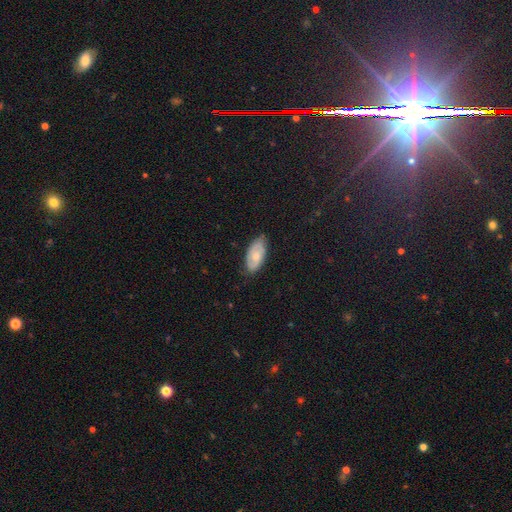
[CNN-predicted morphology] smooth 53%, featured or disk 41%, star or artifact 6%. Down the decision tree: how rounded — in between (93%); merging — none (73%).